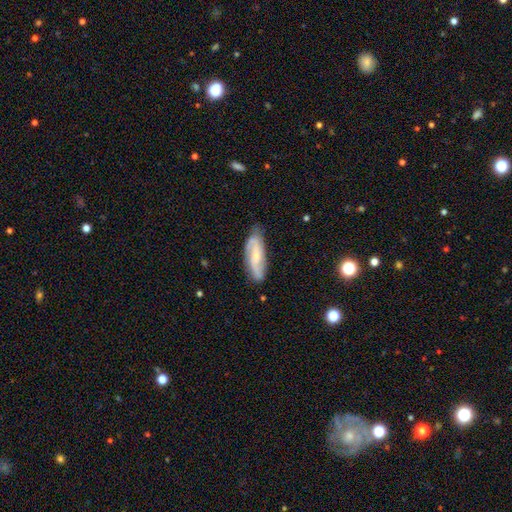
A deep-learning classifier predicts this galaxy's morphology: Smooth or featured? featured or disk (69%)
Edge-on disk? no (87%)
Bar? no (49%)
Spiral arms? yes (93%)
Spiral winding? medium (43%)
Spiral arm count? 2 (79%)
Bulge size? small (66%)
Merging? none (77%)